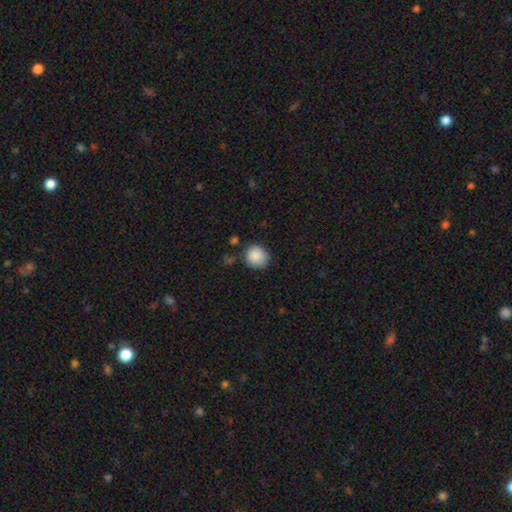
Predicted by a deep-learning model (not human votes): A smooth galaxy with no disk features (89%) that is round (89%). Merging: none (83%).